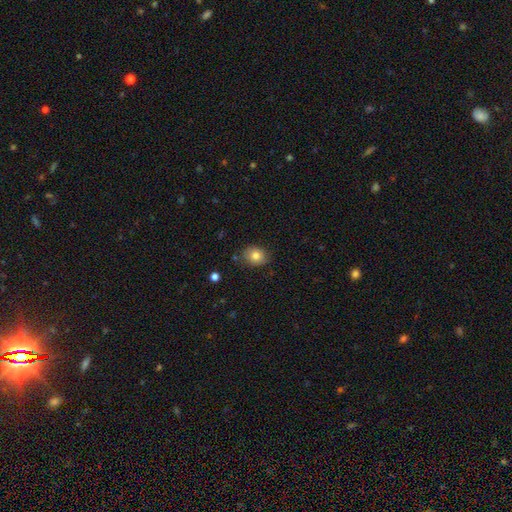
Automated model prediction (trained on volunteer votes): This is clearly a smooth galaxy (81%). How rounded: possibly round (52%). Merging: likely none (79%).